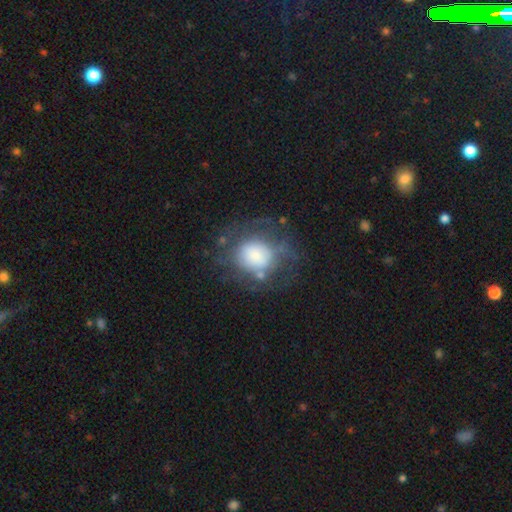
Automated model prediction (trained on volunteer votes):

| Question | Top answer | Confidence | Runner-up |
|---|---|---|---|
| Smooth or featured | smooth | 54% | featured or disk (36%) |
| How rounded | round | 68% | in between (31%) |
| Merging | none | 46% | major disturbance (27%) |